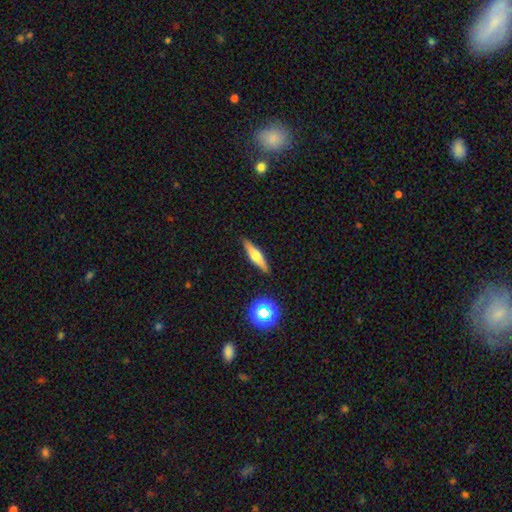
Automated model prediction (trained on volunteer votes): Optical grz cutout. It shows a featured or disk galaxy (51%) viewed edge-on (95%). Merging: none (89%).